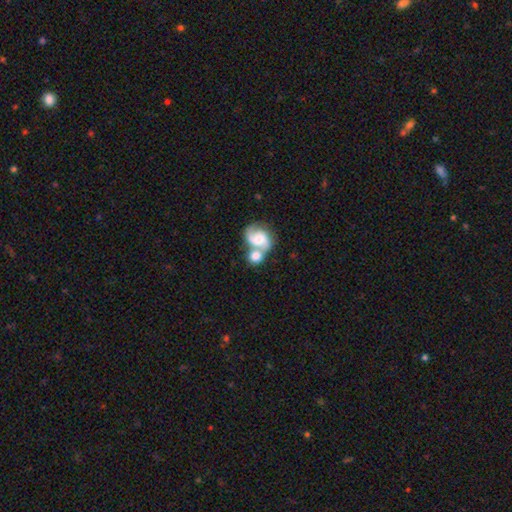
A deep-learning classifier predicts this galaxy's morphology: A featured or disk galaxy (59%) with no bar (53%), spiral arms (87%) and a moderate central bulge (51%).

Vote fractions:
- Smooth or featured? featured or disk: 59% / smooth: 34% / star or artifact: 7%
- Edge-on disk? no: 97% / yes: 3%
- Bar? no: 53% / weak: 37% / strong: 10%
- Spiral arms? yes: 87% / no: 13%
- Bulge size? moderate: 51% / small: 27% / large: 14% / none: 6% / dominant: 3%
- Merging? merger: 61% / none: 25% / minor disturbance: 8% / major disturbance: 5%